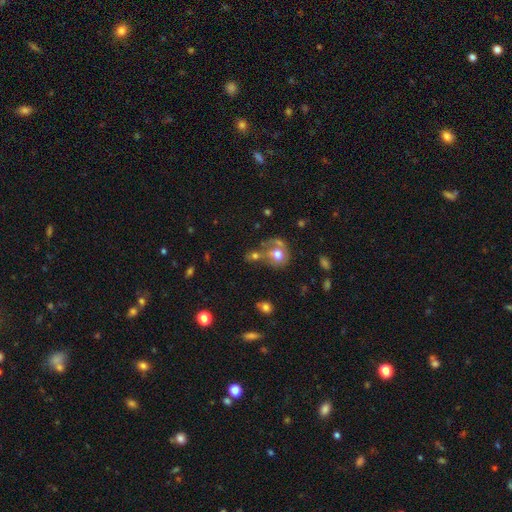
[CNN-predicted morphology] A smooth galaxy with no disk features (53%) that is round (66%). Merging: merger (44%).